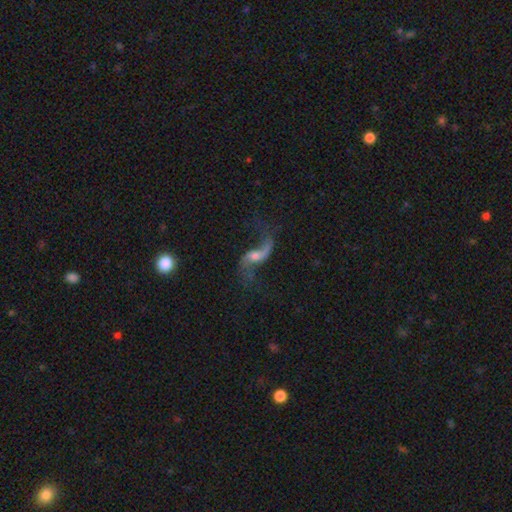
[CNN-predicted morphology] smooth_or_featured: featured or disk (p=0.83) [alt: smooth p=0.10]
disk_edge_on: no (p=0.93) [alt: yes p=0.07]
bar: no (p=0.42) [alt: weak p=0.38]
has_spiral_arms: yes (p=0.92) [alt: no p=0.08]
spiral_winding: loose (p=0.94) [alt: medium p=0.04]
spiral_arm_count: 2 (p=0.91) [alt: 1 p=0.04]
bulge_size: moderate (p=0.44) [alt: small p=0.36]
merging: none (p=0.57) [alt: major disturbance p=0.21]